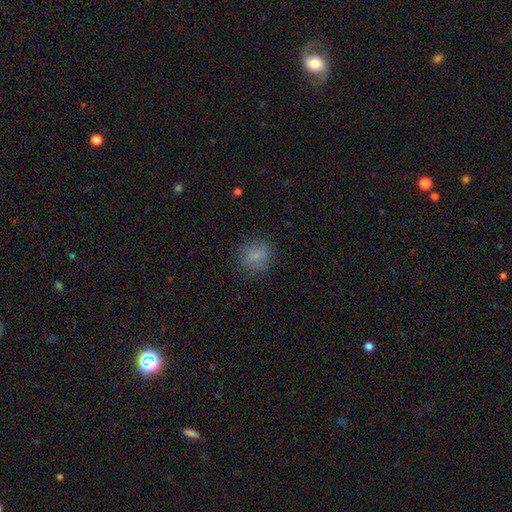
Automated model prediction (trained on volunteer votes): Overall: smooth (80%). How rounded: round (77%). Merging: none (82%).